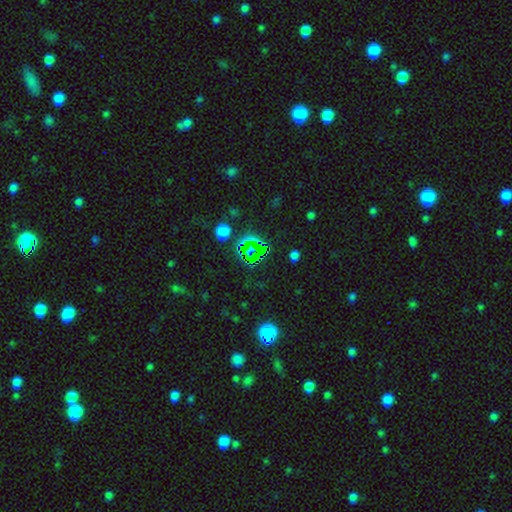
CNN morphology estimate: Smooth or featured?
  - star or artifact: 71% *
  - smooth: 19%
  - featured or disk: 10%